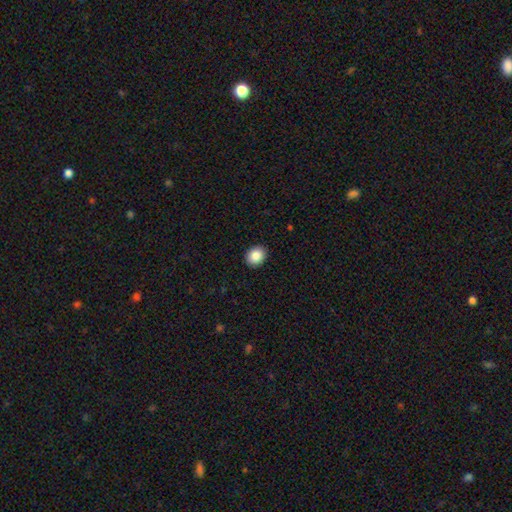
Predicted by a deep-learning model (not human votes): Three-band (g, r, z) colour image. It shows a smooth galaxy with no disk features (87%) that is round (58%). Merging: none (91%).